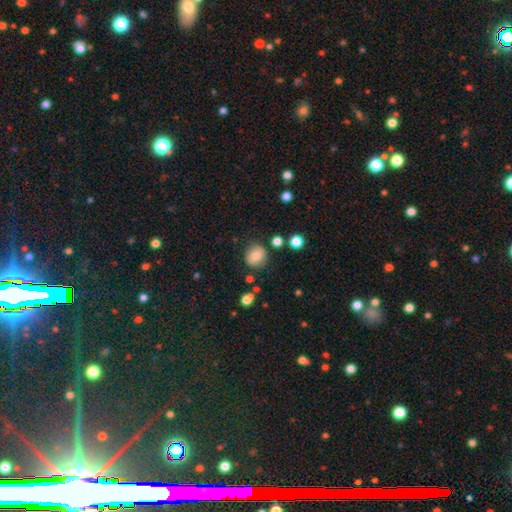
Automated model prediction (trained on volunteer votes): Smooth or featured?
  - smooth: 78% *
  - featured or disk: 12%
  - star or artifact: 10%
How rounded?
  - round: 80% *
  - in between: 19%
  - cigar-shaped: 1%
Merging?
  - none: 82% *
  - minor disturbance: 12%
  - major disturbance: 3%
  - merger: 3%